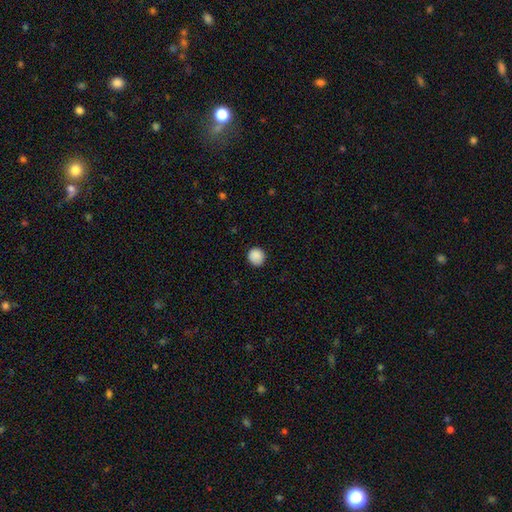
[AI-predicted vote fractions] This appears to be a smooth galaxy with no disk features (89%) that is round (93%). Merging: none (89%).